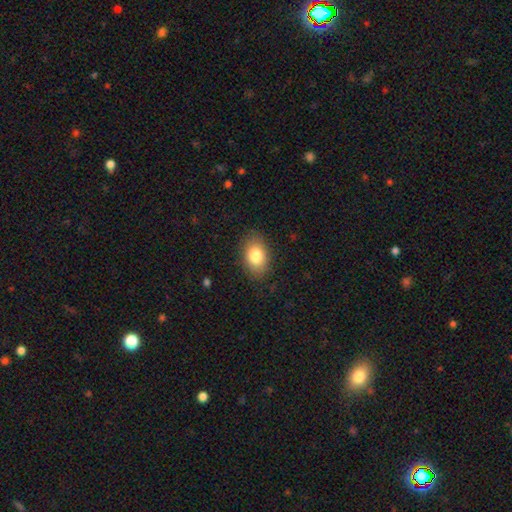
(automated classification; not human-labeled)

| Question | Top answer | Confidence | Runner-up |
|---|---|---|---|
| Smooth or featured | smooth | 82% | featured or disk (10%) |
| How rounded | in between | 84% | round (15%) |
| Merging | none | 85% | minor disturbance (11%) |